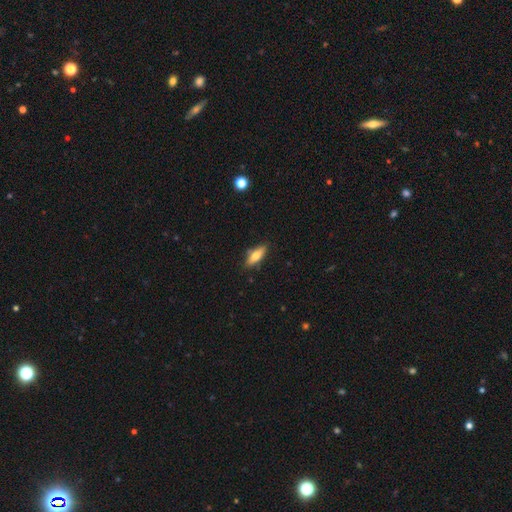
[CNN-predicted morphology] A smooth galaxy with no disk features (68%) that is in between round and cigar-shaped (58%). Merging: none (81%).